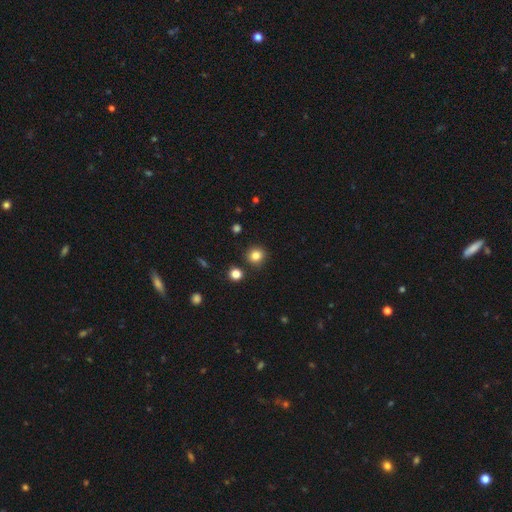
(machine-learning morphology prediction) This appears to be a smooth galaxy with no disk features (82%) that is round (91%). Merging: none (89%).